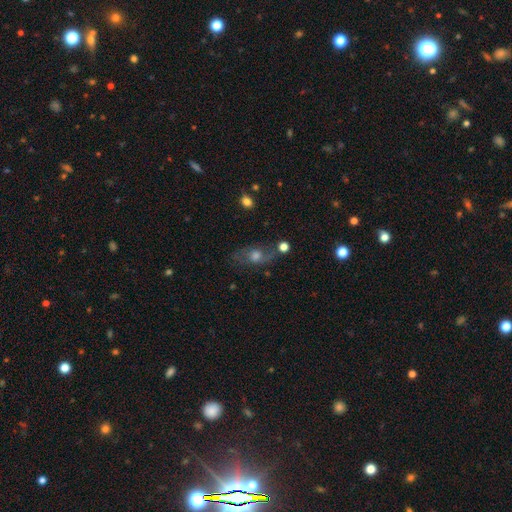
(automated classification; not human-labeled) Smooth or featured?
  - featured or disk: 47% *
  - smooth: 34%
  - star or artifact: 19%
Merging?
  - none: 65% *
  - minor disturbance: 17%
  - major disturbance: 10%
  - merger: 7%